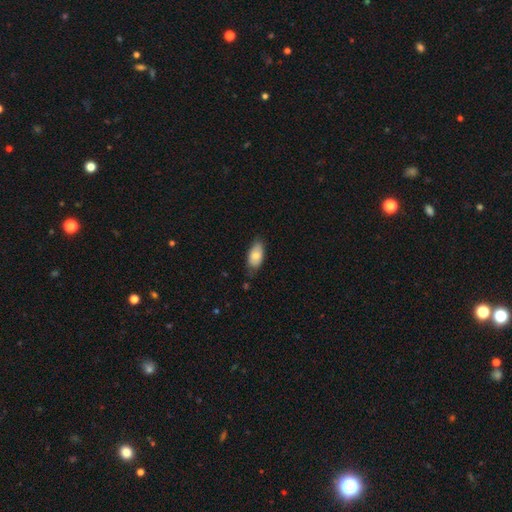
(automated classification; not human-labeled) The model was most divided on "merging": none: 70%, minor disturbance: 24%, major disturbance: 4%, merger: 2%. More confident: how rounded — in between (92%); smooth or featured — smooth (77%).